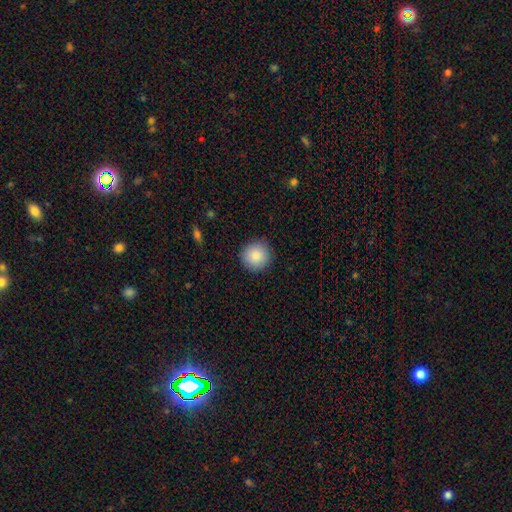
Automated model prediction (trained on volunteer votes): Q: Smooth or featured?
A: smooth (87%); runner-up: star or artifact (8%)
Q: How rounded?
A: round (93%); runner-up: in between (6%)
Q: Merging?
A: none (90%); runner-up: minor disturbance (7%)